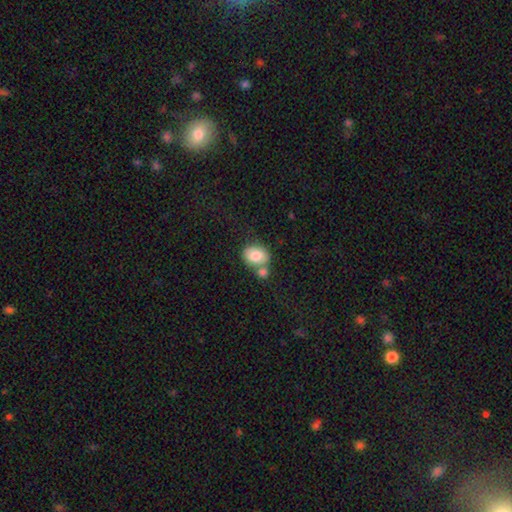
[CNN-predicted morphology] Smooth or featured?
  - smooth: 82% *
  - featured or disk: 10%
  - star or artifact: 7%
How rounded?
  - in between: 67% *
  - round: 32%
  - cigar-shaped: 1%
Merging?
  - none: 45% *
  - merger: 38%
  - minor disturbance: 13%
  - major disturbance: 4%